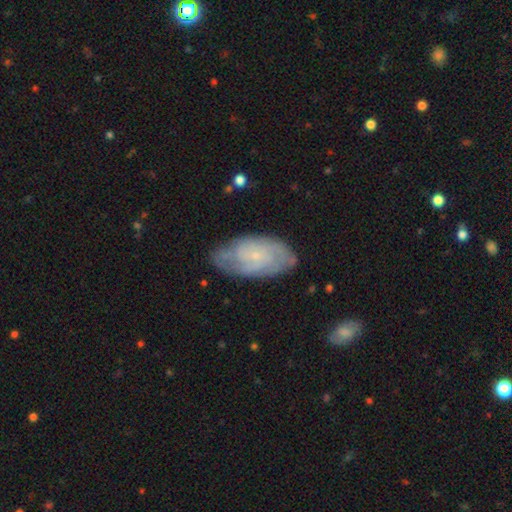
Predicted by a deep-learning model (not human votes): featured or disk 69%, smooth 24%, star or artifact 7%. Down the decision tree: edge-on disk — no (95%); bar — no (72%); spiral arms — yes (88%); spiral arm count — can't tell (48%); spiral winding — tight (59%); bulge size — small (82%); merging — none (73%).